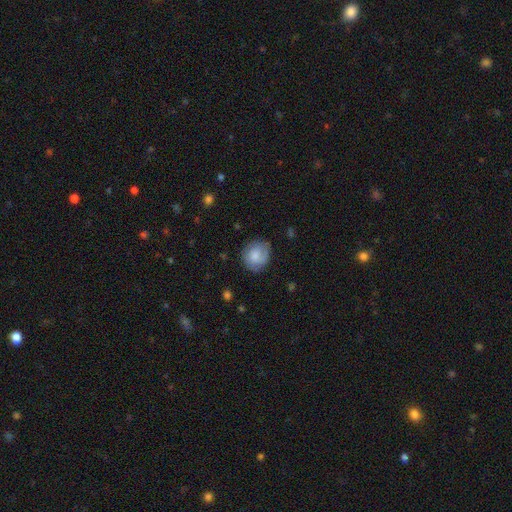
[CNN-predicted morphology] Overall: smooth (75%). How rounded: round (76%). Merging: none (73%).